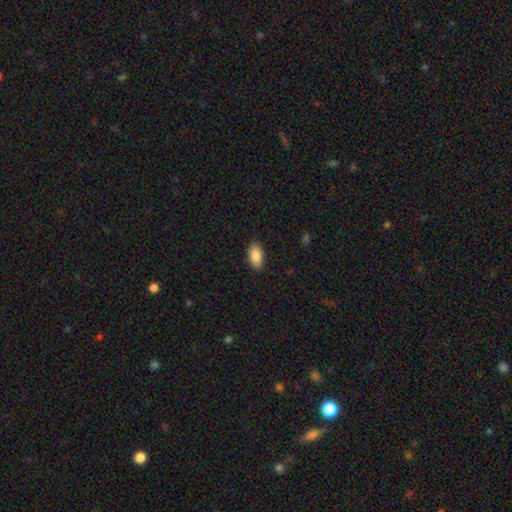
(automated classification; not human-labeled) This is clearly a smooth galaxy (87%). How rounded: clearly in between (93%). Merging: clearly none (88%).